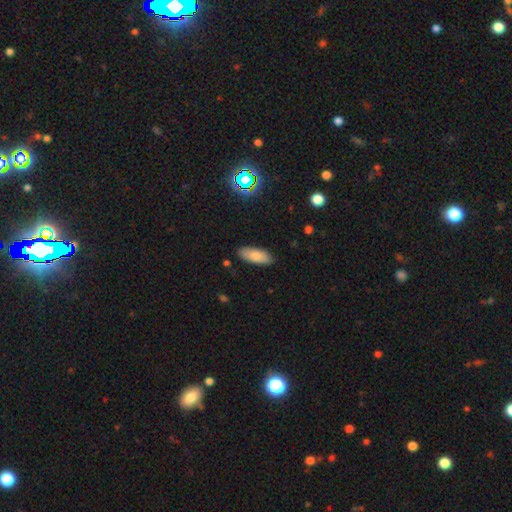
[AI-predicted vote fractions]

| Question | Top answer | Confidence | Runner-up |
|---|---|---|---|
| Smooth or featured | smooth | 81% | featured or disk (11%) |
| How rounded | in between | 77% | cigar-shaped (21%) |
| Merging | none | 87% | minor disturbance (10%) |